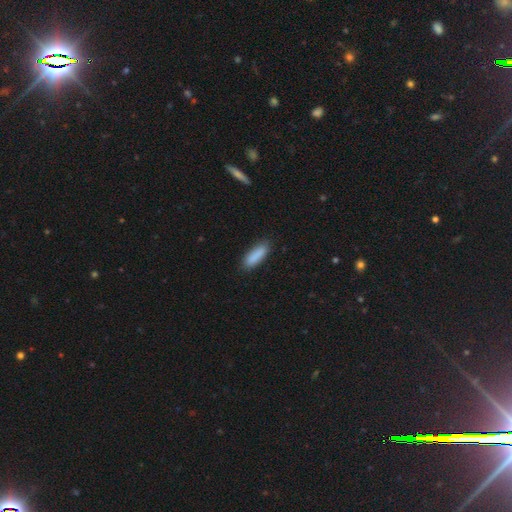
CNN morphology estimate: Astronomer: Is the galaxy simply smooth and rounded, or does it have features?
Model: smooth — 88%.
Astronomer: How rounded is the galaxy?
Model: in between — 50% (runner-up: cigar-shaped, 48%).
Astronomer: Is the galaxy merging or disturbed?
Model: none — 84%.